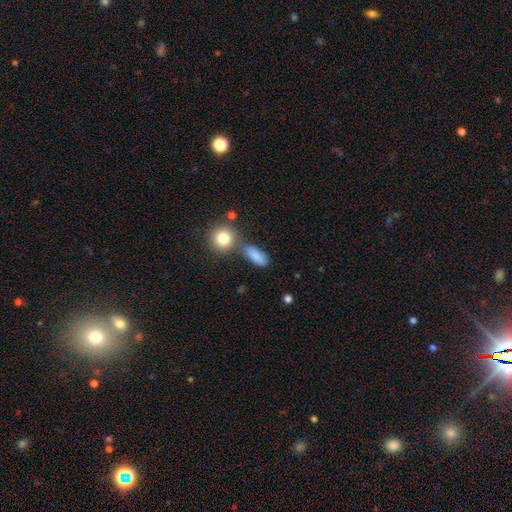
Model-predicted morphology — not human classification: Q: Smooth or featured?
A: smooth (83%); runner-up: star or artifact (9%)
Q: How rounded?
A: in between (71%); runner-up: cigar-shaped (19%)
Q: Merging?
A: none (66%); runner-up: minor disturbance (16%)